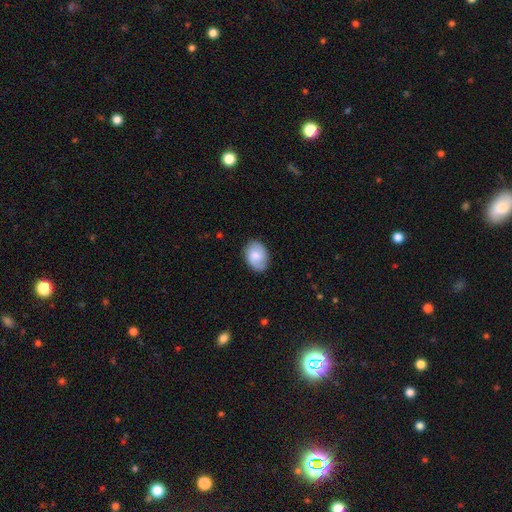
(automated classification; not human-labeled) Morphology: type=smooth (69%); roundness=in between (78%); merging=none (81%).